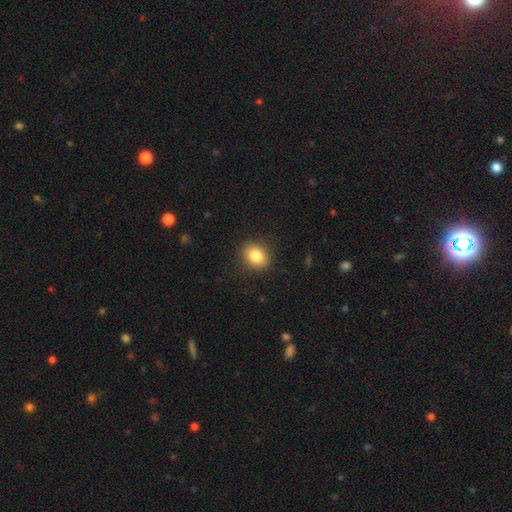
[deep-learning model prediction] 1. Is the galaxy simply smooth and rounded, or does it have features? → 84% smooth, 9% star or artifact, 7% featured or disk.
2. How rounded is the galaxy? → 56% in between, 43% round, 1% cigar-shaped.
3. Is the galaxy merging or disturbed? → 88% none, 8% minor disturbance, 3% major disturbance, 1% merger.